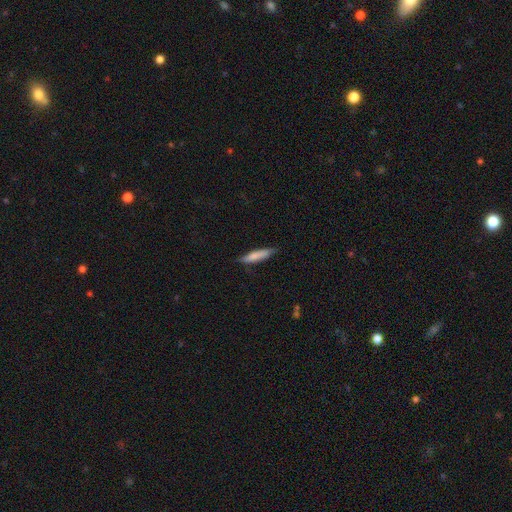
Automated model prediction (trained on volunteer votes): Overall: smooth (77%). How rounded: cigar-shaped (83%). Merging: none (80%).